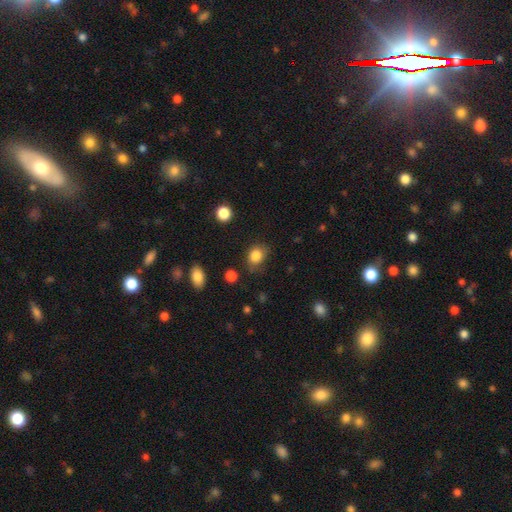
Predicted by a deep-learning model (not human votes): smooth-or-featured: smooth: 85% | star or artifact: 10% | featured or disk: 5%
  how-rounded: round: 60% | in between: 39% | cigar-shaped: 1%
  merging: none: 67% | minor disturbance: 23% | major disturbance: 7% | merger: 2%